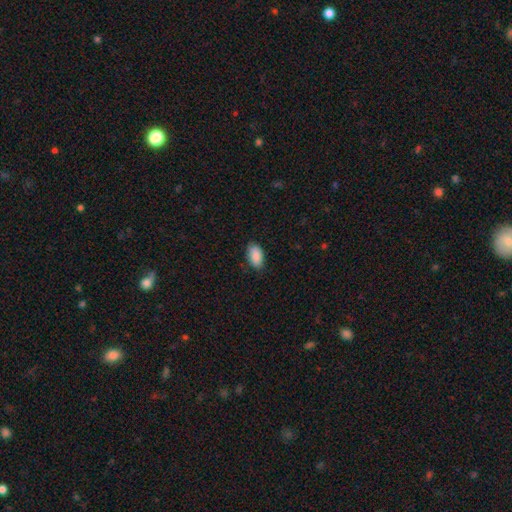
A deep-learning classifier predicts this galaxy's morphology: Smooth or featured? smooth (89%)
How rounded? in between (94%)
Merging? none (82%)